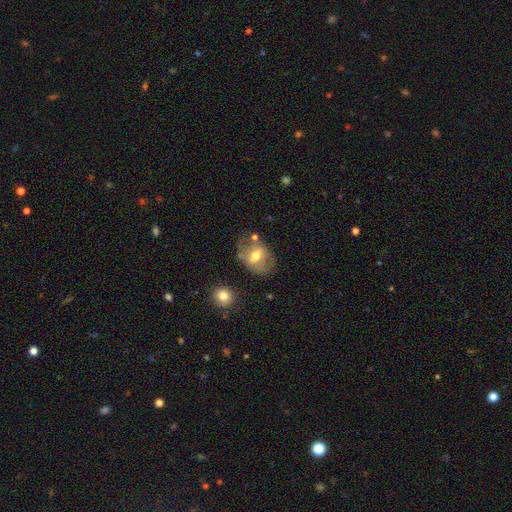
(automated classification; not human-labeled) This is possibly a featured or disk galaxy (49%). Merging: possibly none (57%).